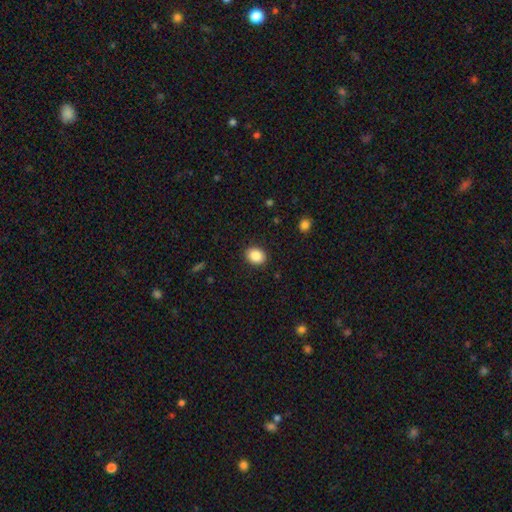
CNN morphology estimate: This appears to be a smooth galaxy with no disk features (87%) that is round (53%). Merging: none (90%).